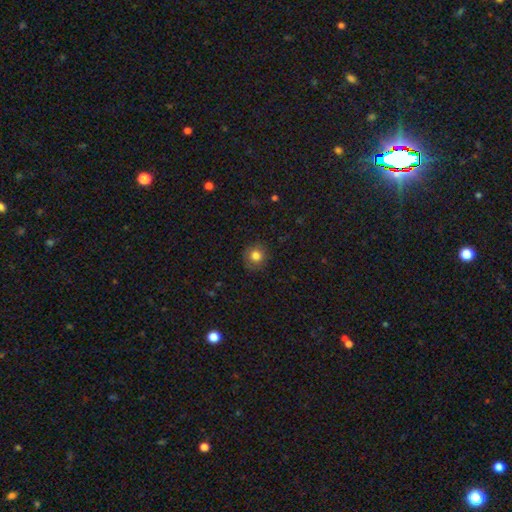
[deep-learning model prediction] Smooth or featured: smooth — 81% (star or artifact — 11%)
How rounded: round — 90% (in between — 9%)
Merging: none — 84% (minor disturbance — 11%)